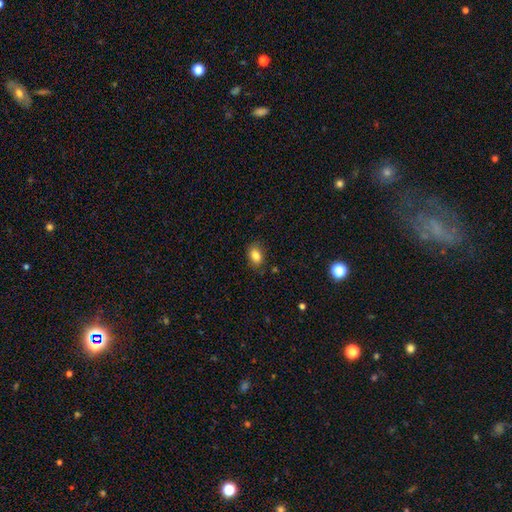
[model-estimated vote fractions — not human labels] A smooth galaxy with no disk features (83%) that is in between round and cigar-shaped (80%). Merging: none (79%).